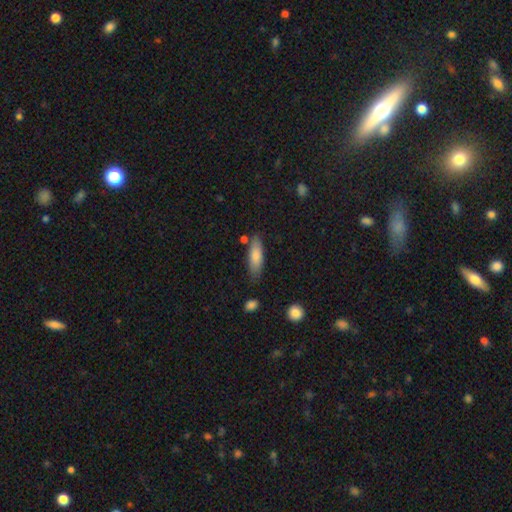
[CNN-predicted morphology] A smooth galaxy with no disk features (80%) that is in between round and cigar-shaped (54%). Merging: none (75%).